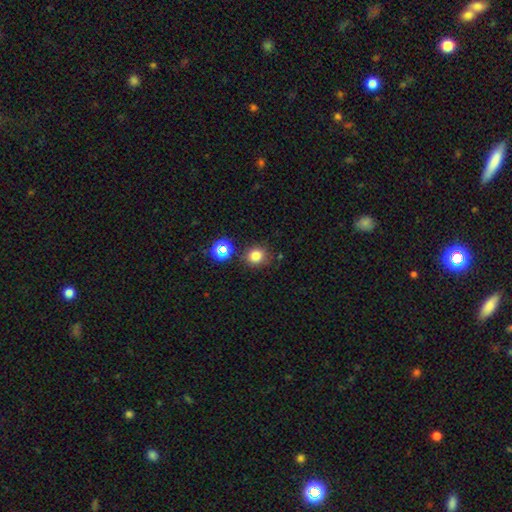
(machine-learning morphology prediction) smooth-or-featured: smooth: 78% | star or artifact: 16% | featured or disk: 6%
  how-rounded: round: 84% | in between: 15% | cigar-shaped: 1%
  merging: none: 80% | minor disturbance: 11% | merger: 6% | major disturbance: 3%